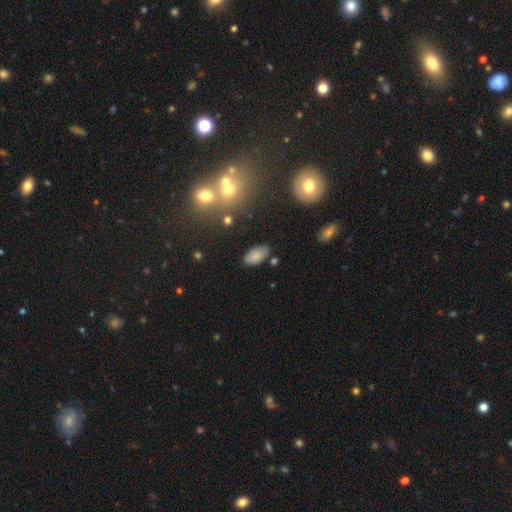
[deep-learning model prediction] Morphology: type=smooth (80%); roundness=in between (94%); merging=none (81%).